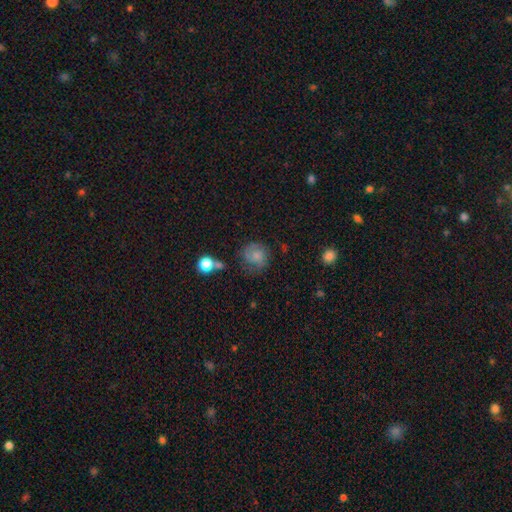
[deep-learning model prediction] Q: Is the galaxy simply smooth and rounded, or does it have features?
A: smooth — 55%.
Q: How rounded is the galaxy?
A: round — 80%.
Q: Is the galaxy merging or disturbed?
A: none — 58%.